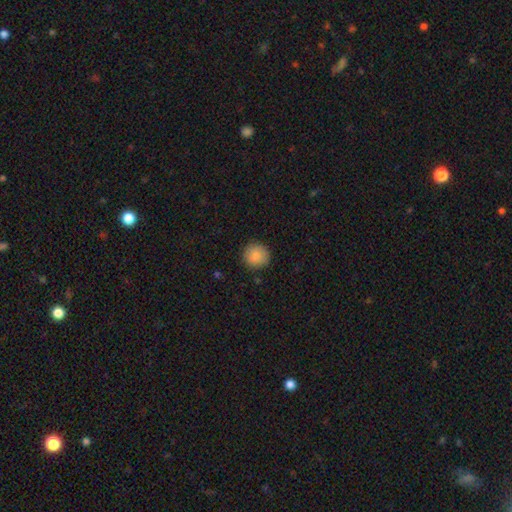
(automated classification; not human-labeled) smooth_or_featured: smooth (p=0.88) [alt: star or artifact p=0.08]
how_rounded: round (p=0.93) [alt: in between p=0.06]
merging: none (p=0.89) [alt: minor disturbance p=0.07]